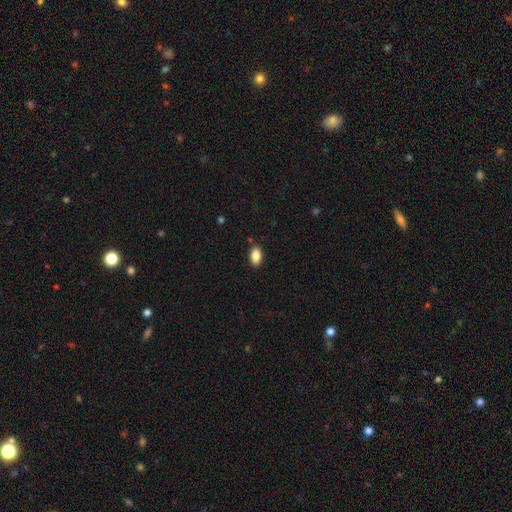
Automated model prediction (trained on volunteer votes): smooth_or_featured: smooth (p=0.87) [alt: star or artifact p=0.08]
how_rounded: in between (p=0.93) [alt: round p=0.05]
merging: none (p=0.87) [alt: minor disturbance p=0.09]